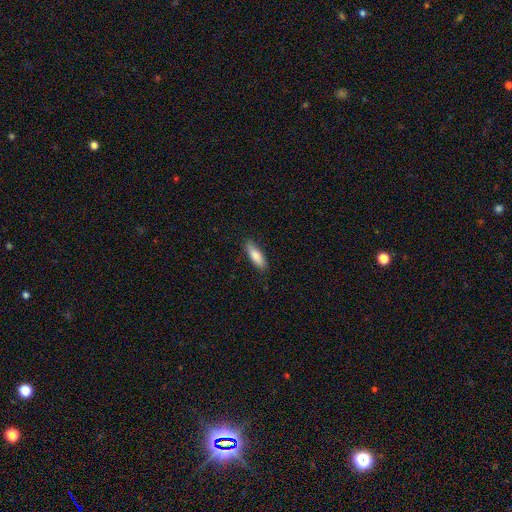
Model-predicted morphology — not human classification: Q: Smooth or featured?
A: smooth (83%); runner-up: featured or disk (11%)
Q: How rounded?
A: in between (56%); runner-up: cigar-shaped (42%)
Q: Merging?
A: none (86%); runner-up: minor disturbance (11%)